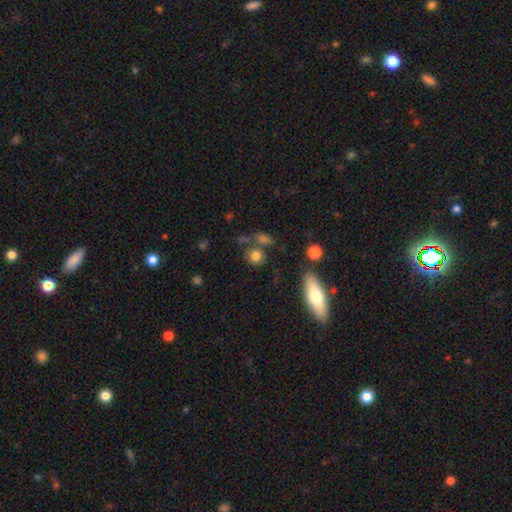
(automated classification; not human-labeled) Morphology: type=smooth (79%); roundness=round (80%); merging=none (64%).